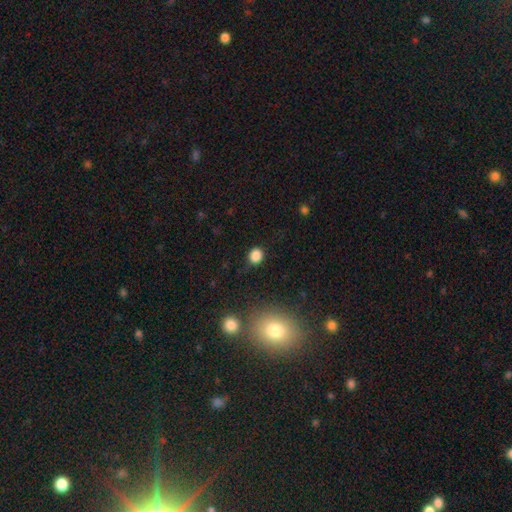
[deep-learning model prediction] smooth 84%, star or artifact 12%, featured or disk 4%. Down the decision tree: how rounded — round (67%); merging — none (81%).